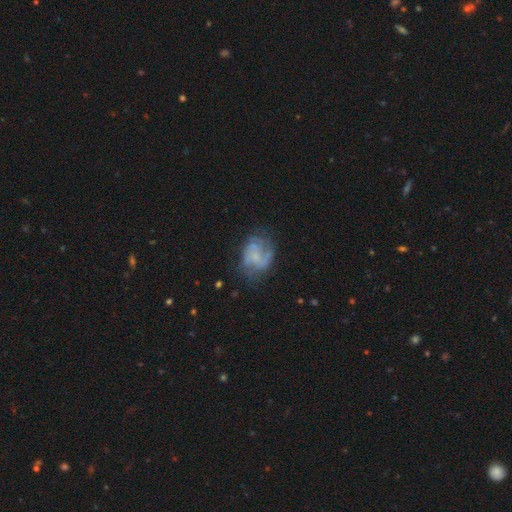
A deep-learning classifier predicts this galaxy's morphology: The model was most divided on "bulge size": small: 44%, none: 39%, moderate: 14%, large: 2%, dominant: 1%. More confident: edge-on disk — no (98%); spiral arms — yes (78%); bar — no (71%); smooth or featured — featured or disk (64%); merging — none (53%).